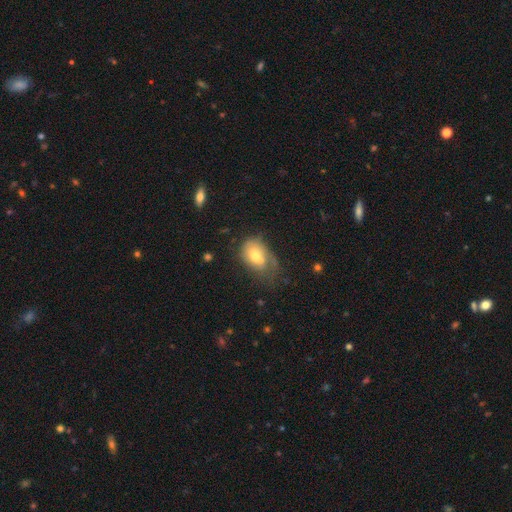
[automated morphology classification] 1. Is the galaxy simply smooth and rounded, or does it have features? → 64% smooth, 27% featured or disk, 9% star or artifact.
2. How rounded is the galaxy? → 77% in between, 22% round, 1% cigar-shaped.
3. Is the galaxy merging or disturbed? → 27% none, 26% minor disturbance, 24% merger, 23% major disturbance.